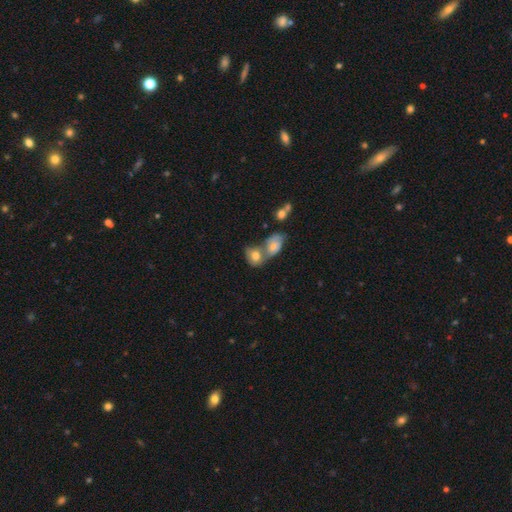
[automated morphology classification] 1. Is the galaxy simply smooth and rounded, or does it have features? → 71% smooth, 19% featured or disk, 9% star or artifact.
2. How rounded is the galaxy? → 62% in between, 36% round, 2% cigar-shaped.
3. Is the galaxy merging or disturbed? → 63% merger, 24% none, 9% minor disturbance, 4% major disturbance.